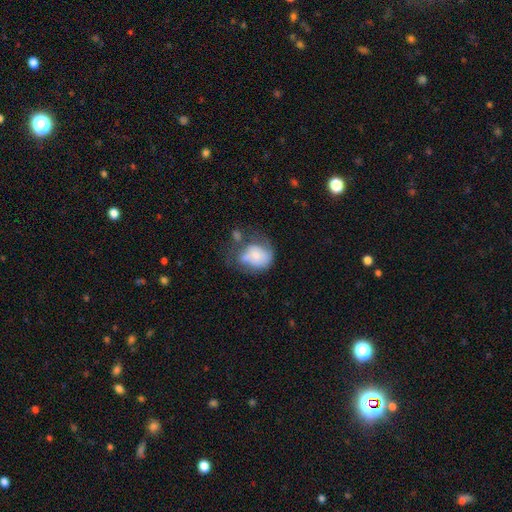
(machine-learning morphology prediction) Smooth or featured? smooth (61%)
How rounded? in between (53%)
Merging? major disturbance (28%)